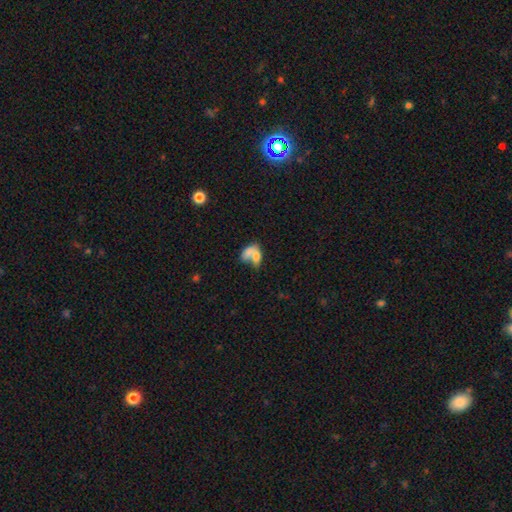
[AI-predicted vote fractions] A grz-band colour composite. It shows a smooth galaxy with no disk features (69%) that is in between round and cigar-shaped (80%). Merging: merger (63%).